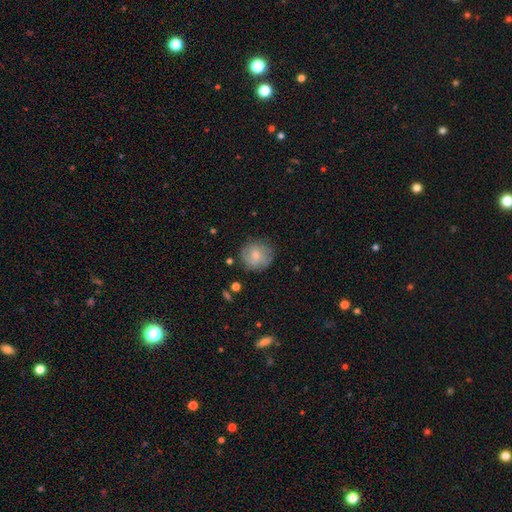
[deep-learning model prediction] This appears to be a smooth galaxy with no disk features (62%) that is round (90%). Merging: none (77%).